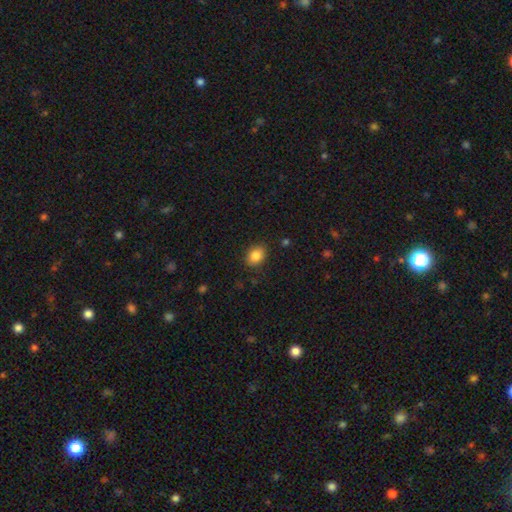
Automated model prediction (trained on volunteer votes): The model was most divided on "how rounded": in between: 56%, round: 43%, cigar-shaped: 1%. More confident: merging — none (87%); smooth or featured — smooth (85%).